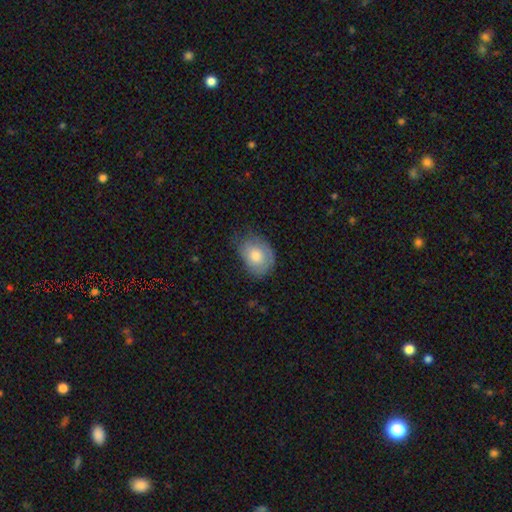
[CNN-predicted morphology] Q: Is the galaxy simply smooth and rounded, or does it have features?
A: smooth — 65%.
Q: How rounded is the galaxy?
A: in between — 74%.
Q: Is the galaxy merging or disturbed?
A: none — 53%.